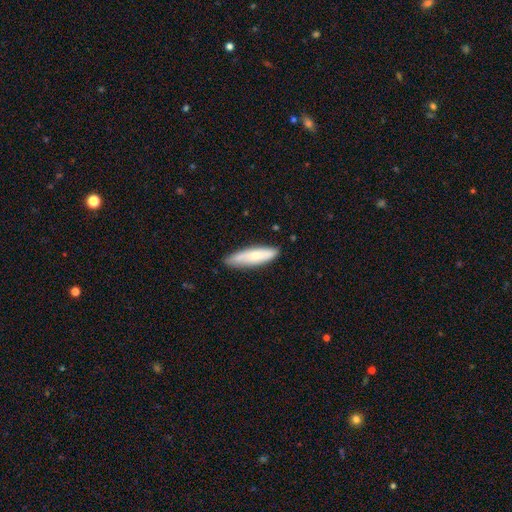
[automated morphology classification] smooth-or-featured: smooth: 66% | featured or disk: 28% | star or artifact: 6%
  how-rounded: cigar-shaped: 62% | in between: 37% | round: 2%
  merging: none: 78% | minor disturbance: 17% | major disturbance: 3% | merger: 2%